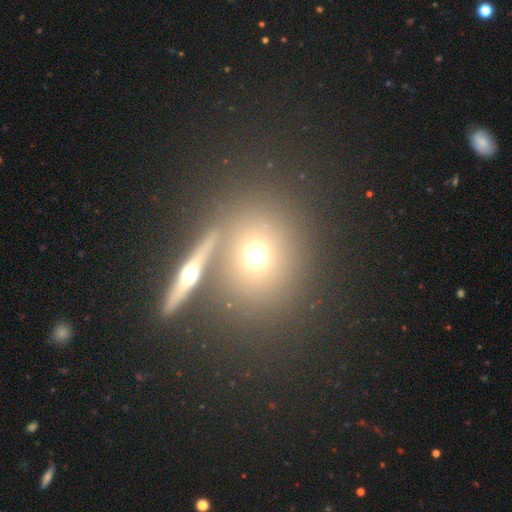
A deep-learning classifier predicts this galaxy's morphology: Smooth or featured? smooth (67%)
How rounded? round (75%)
Merging? none (55%)